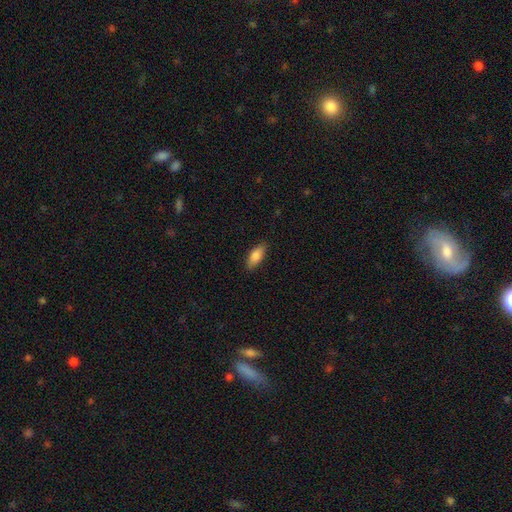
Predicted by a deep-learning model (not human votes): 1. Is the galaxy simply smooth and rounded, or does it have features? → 82% smooth, 12% featured or disk, 6% star or artifact.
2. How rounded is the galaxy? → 77% in between, 20% cigar-shaped, 2% round.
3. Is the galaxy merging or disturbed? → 86% none, 11% minor disturbance, 2% major disturbance, 1% merger.